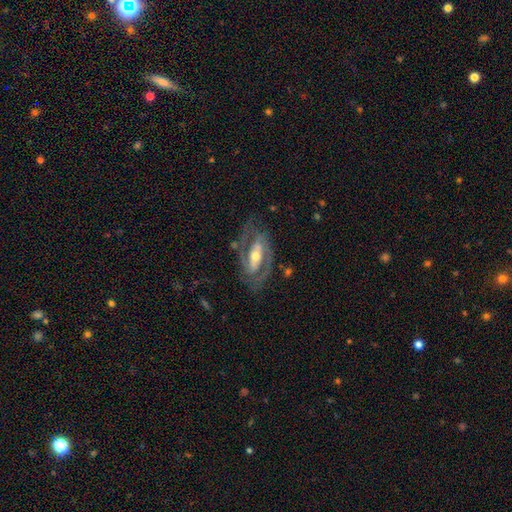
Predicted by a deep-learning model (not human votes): Overall: featured or disk (85%). Edge-on disk: no (92%). Bar: strong (54%; weak 27%). Spiral arms: yes (88%). Spiral arm count: 2 (87%). Spiral winding: medium (48%; tight 37%). Bulge size: moderate (60%; small 31%). Merging: none (70%).